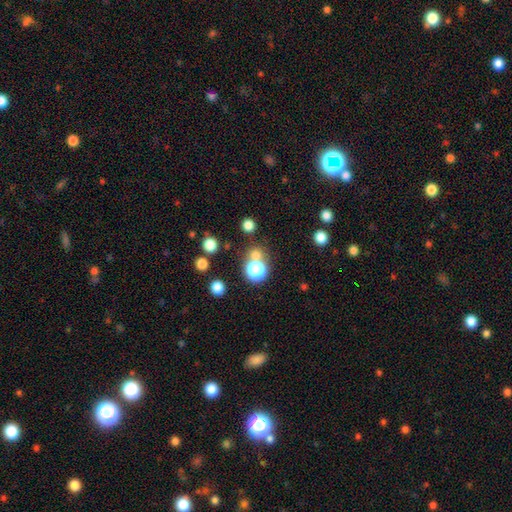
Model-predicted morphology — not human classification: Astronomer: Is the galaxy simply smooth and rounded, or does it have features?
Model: smooth — 66%.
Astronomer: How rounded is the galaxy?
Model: round — 89%.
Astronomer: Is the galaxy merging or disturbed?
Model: none — 66%.